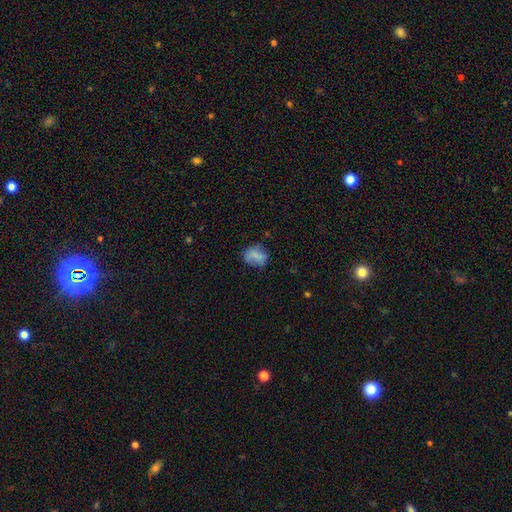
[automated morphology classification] A smooth galaxy with no disk features (73%) that is in between round and cigar-shaped (61%).

Vote fractions:
- Smooth or featured? smooth: 73% / featured or disk: 17% / star or artifact: 10%
- How rounded? in between: 61% / round: 37% / cigar-shaped: 2%
- Merging? none: 55% / minor disturbance: 29% / major disturbance: 13% / merger: 4%